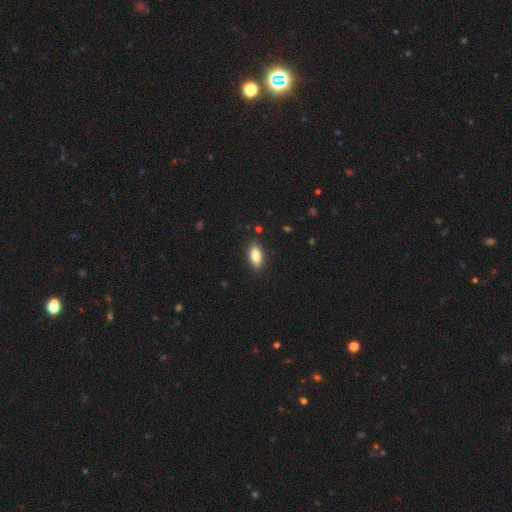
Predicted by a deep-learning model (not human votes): Morphology: type=smooth (84%); roundness=in between (85%); merging=none (87%).